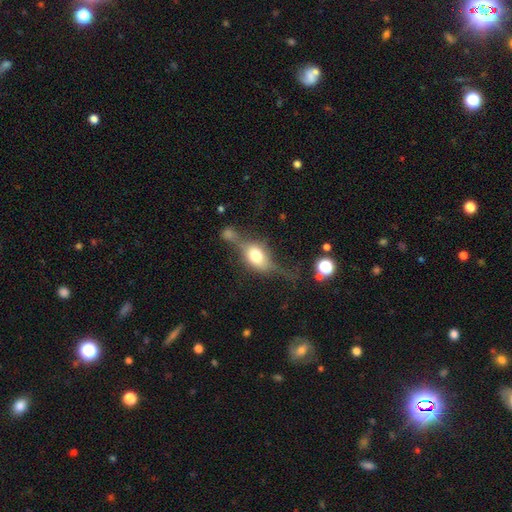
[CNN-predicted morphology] type=featured or disk (53%); edge-on=yes (80%); merging=none (44%).